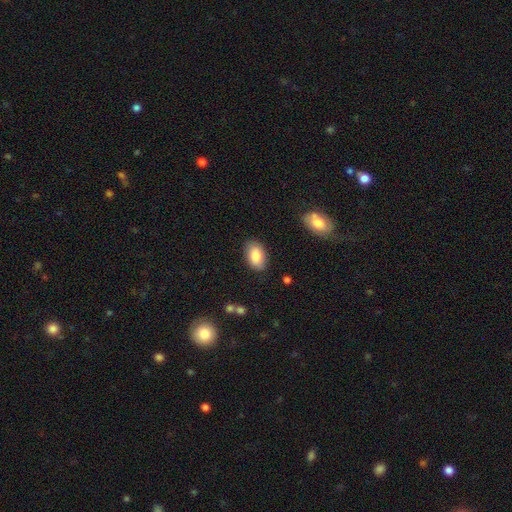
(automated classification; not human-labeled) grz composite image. It shows a smooth galaxy with no disk features (87%) that is in between round and cigar-shaped (93%). Merging: none (84%).